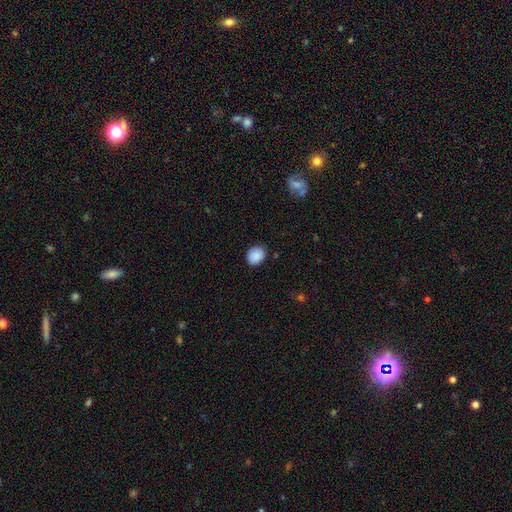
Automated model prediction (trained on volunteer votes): This appears to be a smooth galaxy with no disk features (90%) that is round (57%). Merging: none (88%).